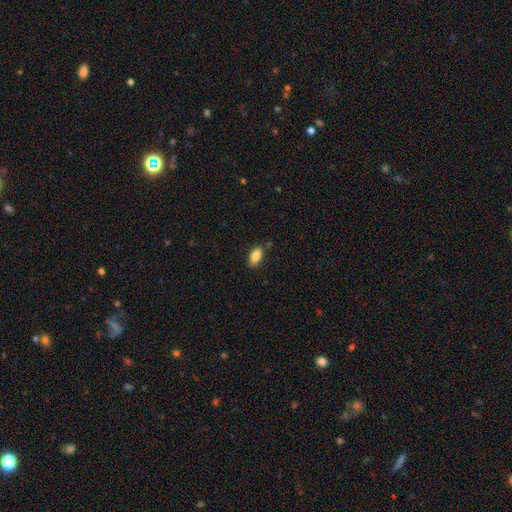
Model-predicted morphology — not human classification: A smooth galaxy with no disk features (87%) that is in between round and cigar-shaped (90%). Merging: none (80%).